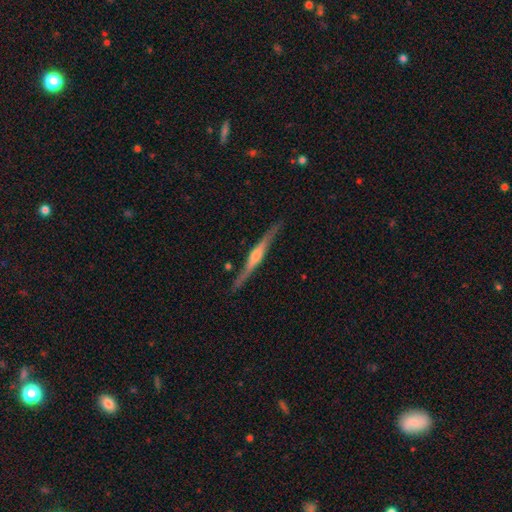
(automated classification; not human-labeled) This appears to be a featured or disk galaxy (82%) viewed edge-on (97%) with a rounded central bulge (77%). Merging: none (85%).